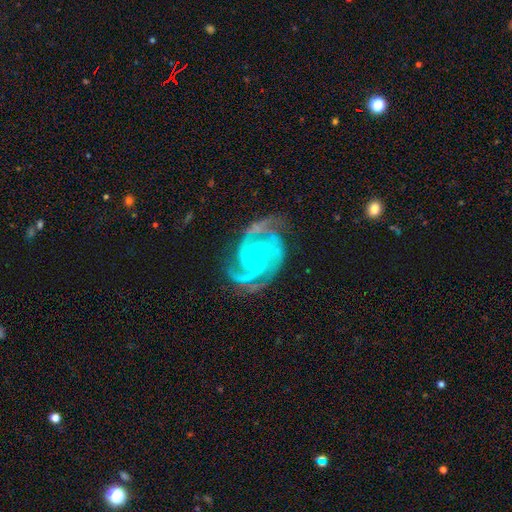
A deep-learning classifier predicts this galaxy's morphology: This appears to be a featured or disk galaxy (91%) with no bar (51%), 3 (39%) tight (52%) spiral arms (98%) and a small central bulge (82%). Merging: none (65%).